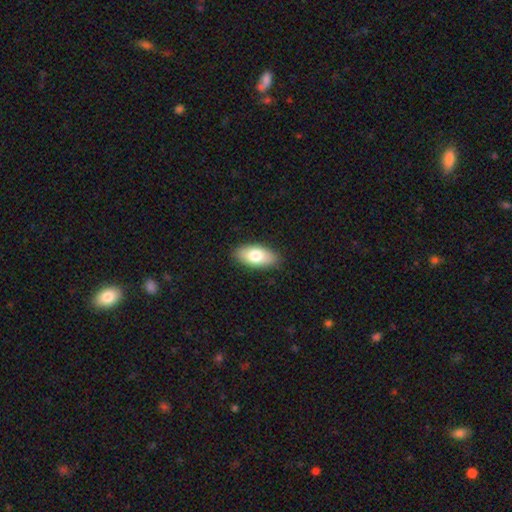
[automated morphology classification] This is likely a smooth galaxy (77%). How rounded: clearly in between (91%). Merging: clearly none (88%).